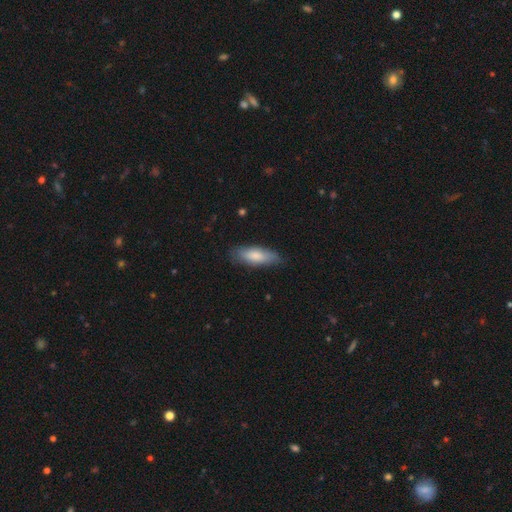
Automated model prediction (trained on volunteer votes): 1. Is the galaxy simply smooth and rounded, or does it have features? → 80% smooth, 15% featured or disk, 5% star or artifact.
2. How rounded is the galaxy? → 61% in between, 37% cigar-shaped, 2% round.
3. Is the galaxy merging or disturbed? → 78% none, 17% minor disturbance, 3% major disturbance, 1% merger.